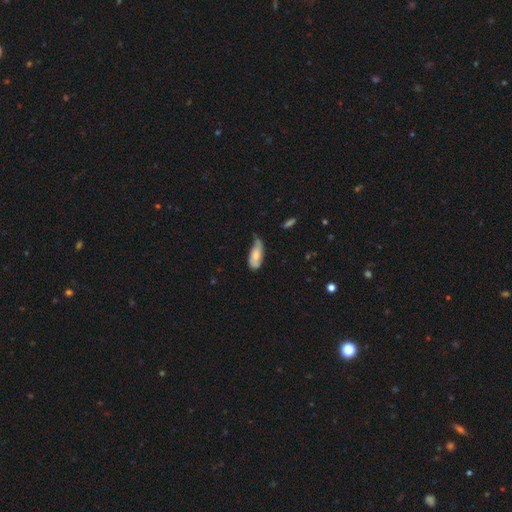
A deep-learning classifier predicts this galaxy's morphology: A smooth galaxy with no disk features (65%) that is in between round and cigar-shaped (82%). Merging: minor disturbance (45%).